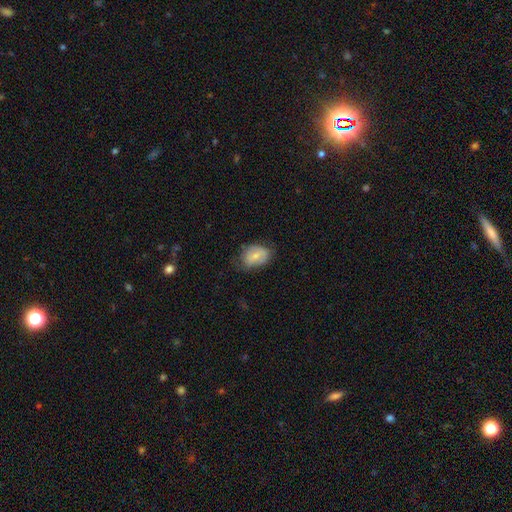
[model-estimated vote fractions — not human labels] This appears to be a smooth galaxy with no disk features (55%) that is in between round and cigar-shaped (75%). Merging: none (63%).